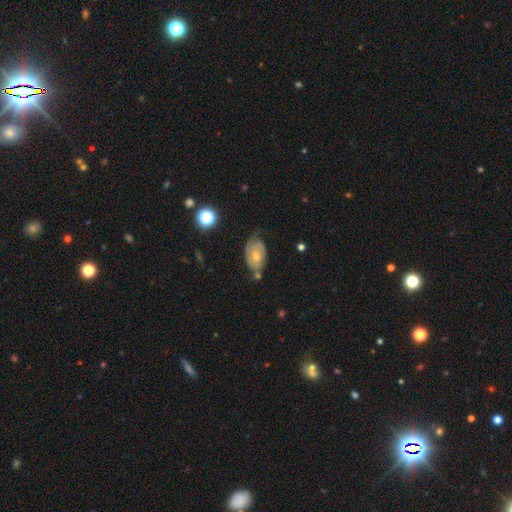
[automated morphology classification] smooth-or-featured: featured or disk: 62% | smooth: 30% | star or artifact: 8%
  disk-edge-on: no: 95% | yes: 5%
    bar: no: 72% | weak: 25% | strong: 4%
    has-spiral-arms: yes: 81% | no: 19%
    bulge-size: moderate: 49% | small: 43% | none: 4% | large: 3% | dominant: 1%
  merging: none: 44% | minor disturbance: 32% | major disturbance: 14% | merger: 10%